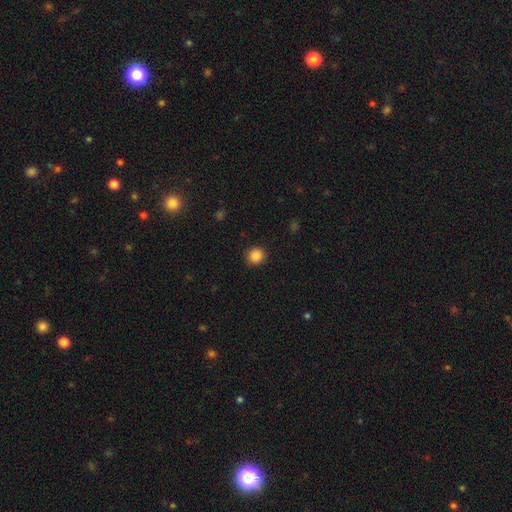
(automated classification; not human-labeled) Smooth or featured? smooth (86%)
How rounded? round (91%)
Merging? none (91%)